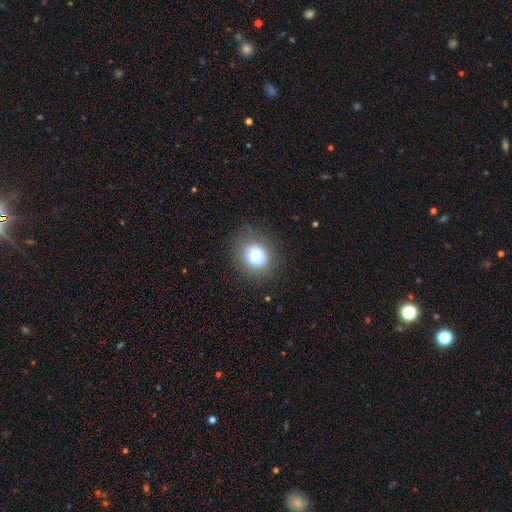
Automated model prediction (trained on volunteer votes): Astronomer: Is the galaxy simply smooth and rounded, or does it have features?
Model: smooth — 83%.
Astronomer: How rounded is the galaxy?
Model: round — 66%.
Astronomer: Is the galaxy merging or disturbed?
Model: none — 80%.